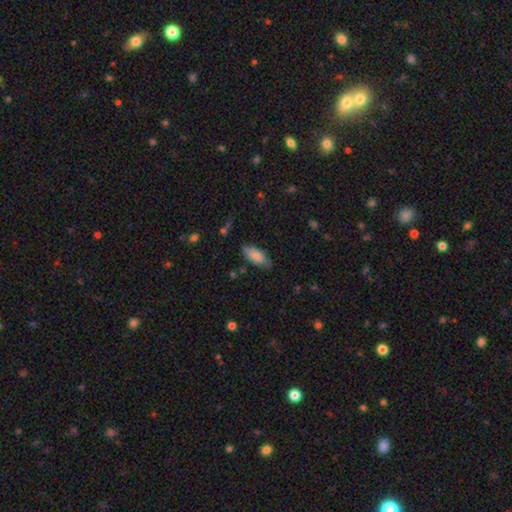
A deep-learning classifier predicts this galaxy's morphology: smooth-or-featured: smooth: 81% | featured or disk: 12% | star or artifact: 6%
  how-rounded: in between: 88% | cigar-shaped: 10% | round: 2%
  merging: none: 73% | minor disturbance: 21% | major disturbance: 4% | merger: 2%